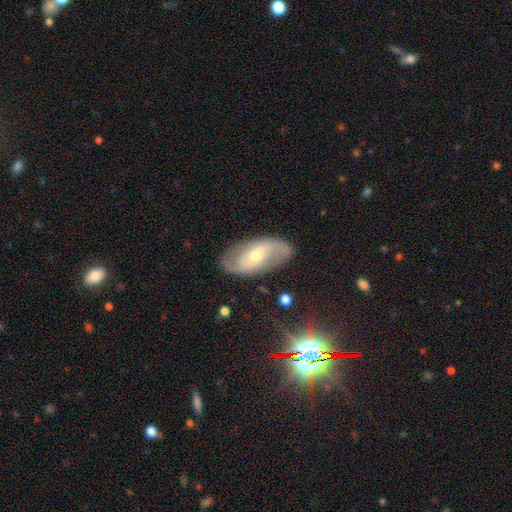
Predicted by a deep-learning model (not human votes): This appears to be a featured or disk galaxy (74%) with a weak bar (41%), 2 (84%) medium (40%) spiral arms (85%) and a moderate central bulge (49%). Merging: none (80%).